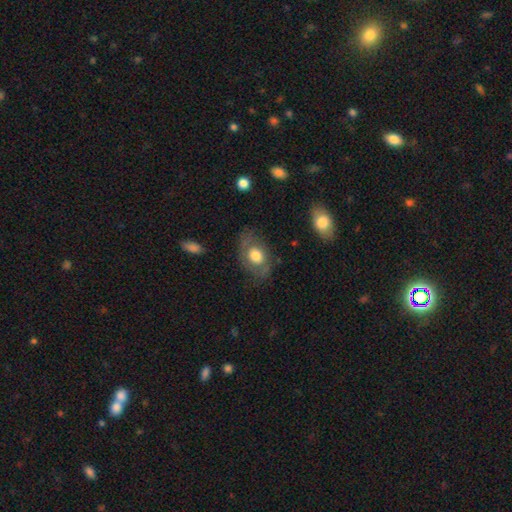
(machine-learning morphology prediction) Smooth or featured? smooth (53%)
How rounded? in between (70%)
Merging? none (69%)